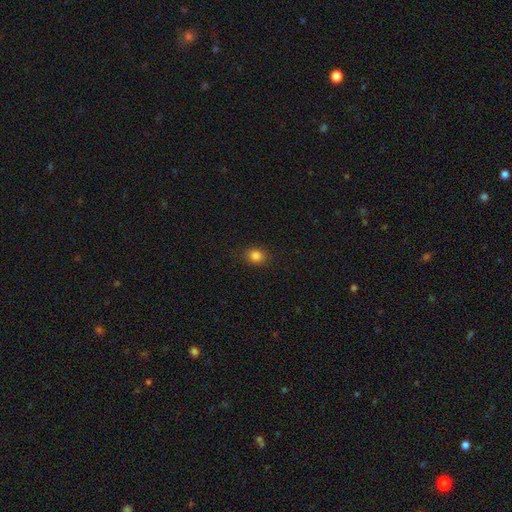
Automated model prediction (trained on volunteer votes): Morphology: type=smooth (83%); roundness=round (64%); merging=none (87%).